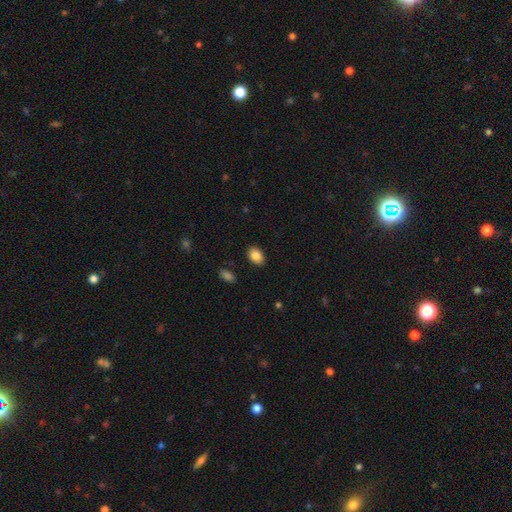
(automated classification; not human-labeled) Smooth or featured: smooth — 86% (star or artifact — 8%)
How rounded: in between — 85% (round — 14%)
Merging: none — 88% (minor disturbance — 8%)